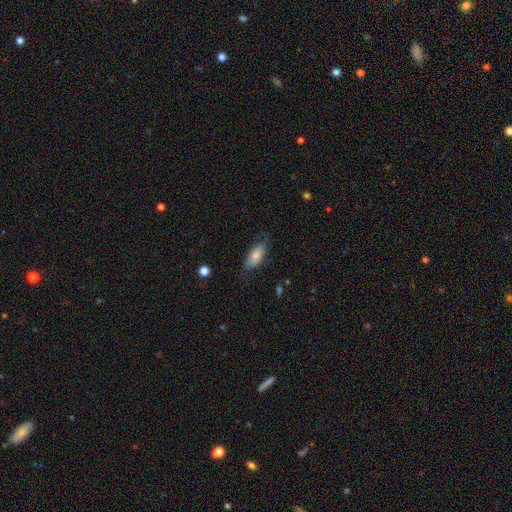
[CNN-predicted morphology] Smooth or featured? Predicted: smooth (p=0.75). How rounded? Predicted: in between (p=0.82). Merging? Predicted: none (p=0.67).